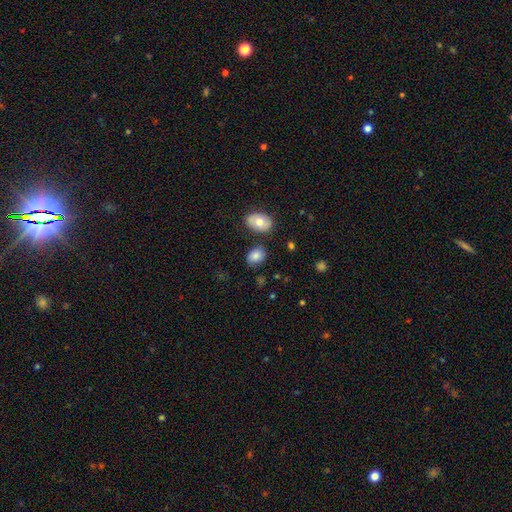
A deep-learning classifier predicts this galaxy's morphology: A smooth galaxy with no disk features (83%) that is in between round and cigar-shaped (72%).

Vote fractions:
- Smooth or featured? smooth: 83% / featured or disk: 9% / star or artifact: 9%
- How rounded? in between: 72% / round: 27% / cigar-shaped: 1%
- Merging? none: 77% / minor disturbance: 13% / merger: 7% / major disturbance: 4%